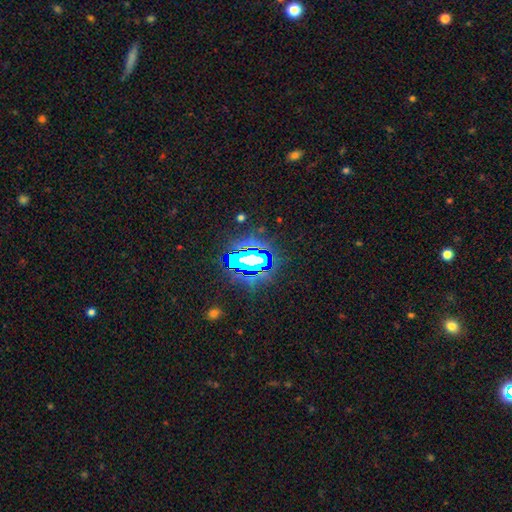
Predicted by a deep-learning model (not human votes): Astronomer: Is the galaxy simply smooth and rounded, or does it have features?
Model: star or artifact — 72%.